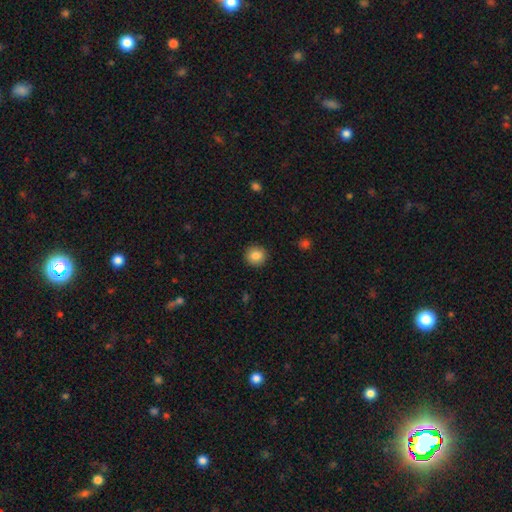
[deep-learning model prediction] Smooth or featured: smooth — 84% (star or artifact — 9%)
How rounded: round — 92% (in between — 7%)
Merging: none — 92% (minor disturbance — 5%)